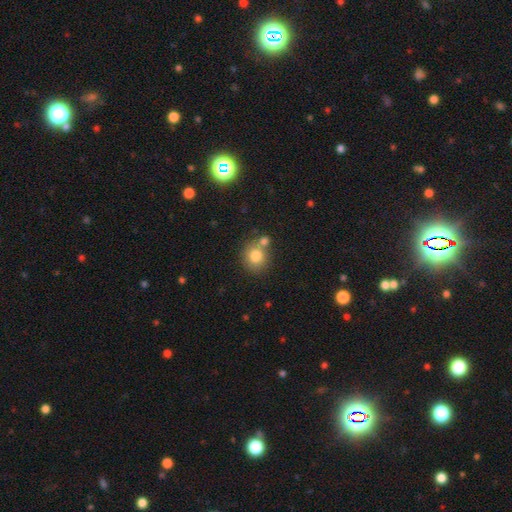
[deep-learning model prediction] Q: Smooth or featured?
A: smooth (80%); runner-up: star or artifact (10%)
Q: How rounded?
A: round (81%); runner-up: in between (18%)
Q: Merging?
A: none (59%); runner-up: merger (26%)